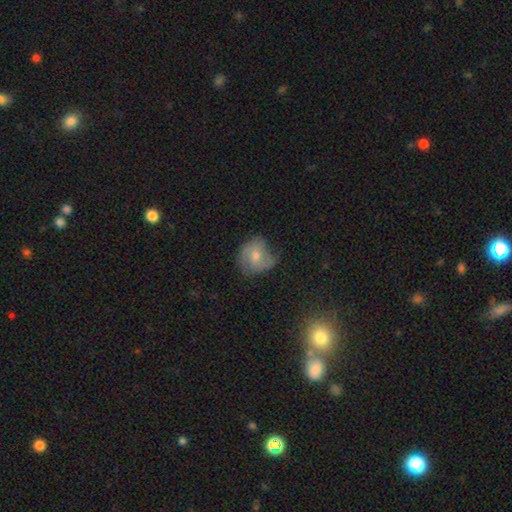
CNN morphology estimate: Smooth or featured?
  - featured or disk: 48% *
  - smooth: 42%
  - star or artifact: 10%
Merging?
  - none: 55% *
  - minor disturbance: 31%
  - major disturbance: 12%
  - merger: 2%